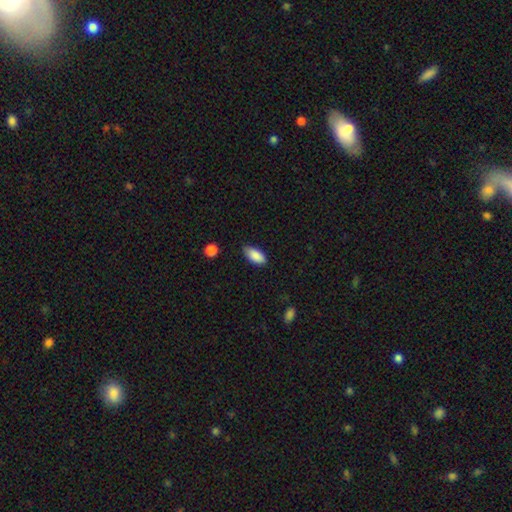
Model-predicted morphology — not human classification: Overall: smooth (88%). How rounded: in between (89%). Merging: none (77%).